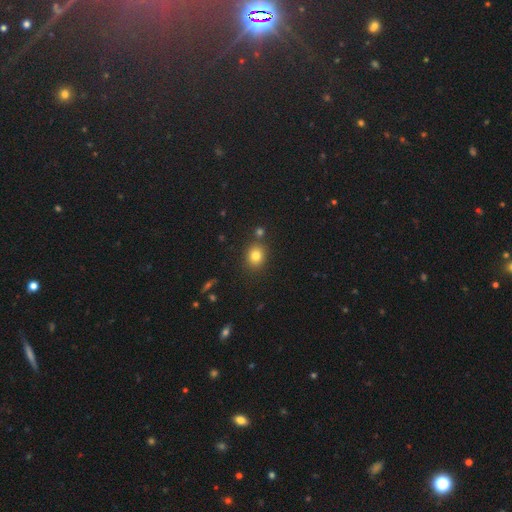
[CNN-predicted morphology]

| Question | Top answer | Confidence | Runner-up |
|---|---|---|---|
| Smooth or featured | smooth | 80% | star or artifact (13%) |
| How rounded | round | 66% | in between (34%) |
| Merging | none | 80% | minor disturbance (9%) |